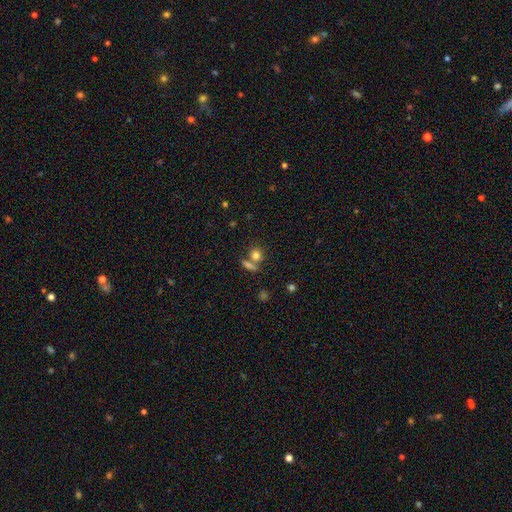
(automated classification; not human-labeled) Smooth or featured?
  - smooth: 78% *
  - star or artifact: 13%
  - featured or disk: 9%
How rounded?
  - round: 76% *
  - in between: 21%
  - cigar-shaped: 4%
Merging?
  - none: 57% *
  - merger: 30%
  - minor disturbance: 9%
  - major disturbance: 4%